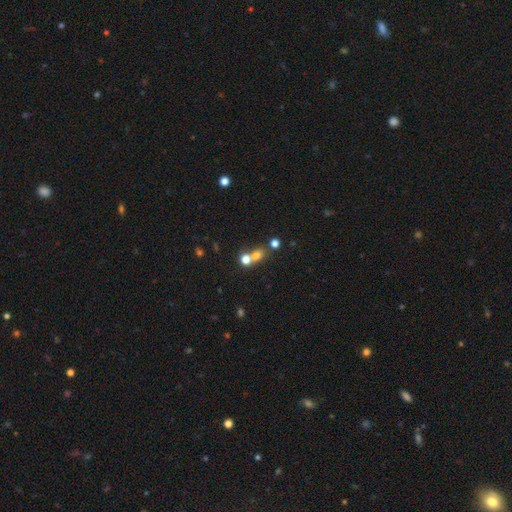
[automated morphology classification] A smooth galaxy with no disk features (68%) that is round (71%). Merging: merger (48%).